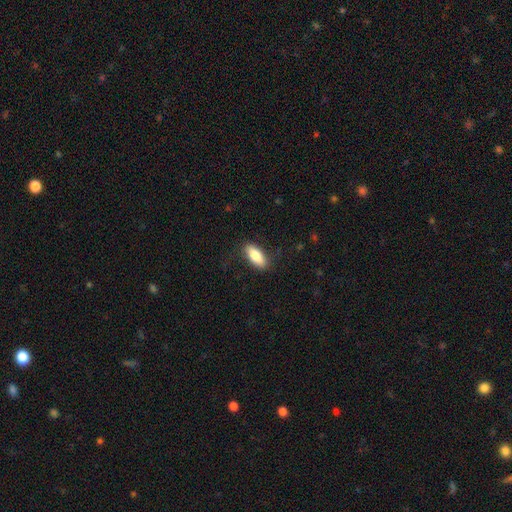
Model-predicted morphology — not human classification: Smooth or featured: smooth — 82% (featured or disk — 12%)
How rounded: in between — 79% (cigar-shaped — 18%)
Merging: none — 80% (minor disturbance — 14%)